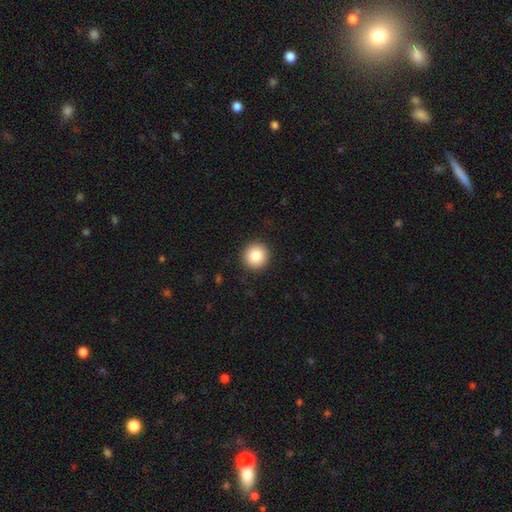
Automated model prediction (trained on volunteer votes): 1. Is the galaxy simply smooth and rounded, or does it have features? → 85% smooth, 9% star or artifact, 6% featured or disk.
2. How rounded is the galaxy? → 95% round, 4% in between, 1% cigar-shaped.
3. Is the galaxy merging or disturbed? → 92% none, 5% minor disturbance, 2% major disturbance, 1% merger.